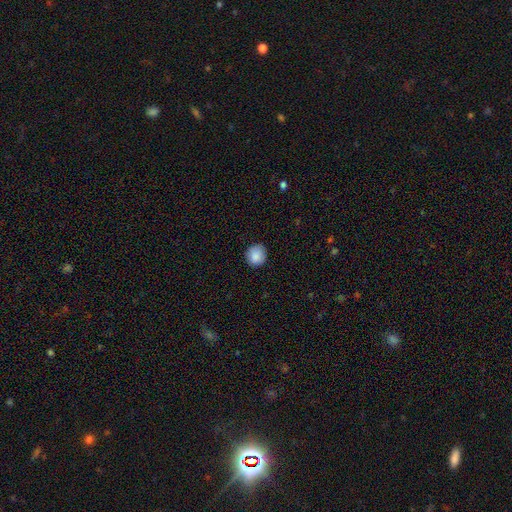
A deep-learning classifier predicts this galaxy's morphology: Overall: smooth (88%). How rounded: round (83%). Merging: none (84%).